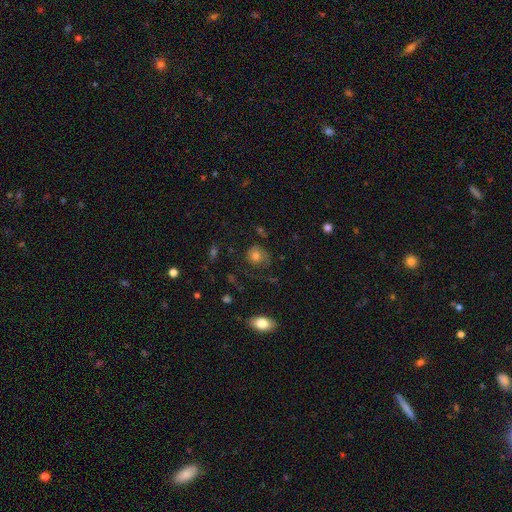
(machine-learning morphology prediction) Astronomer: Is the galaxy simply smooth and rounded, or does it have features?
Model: smooth — 73%.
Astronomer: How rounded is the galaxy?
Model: round — 71%.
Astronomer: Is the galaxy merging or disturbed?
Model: none — 49% (runner-up: minor disturbance, 24%).